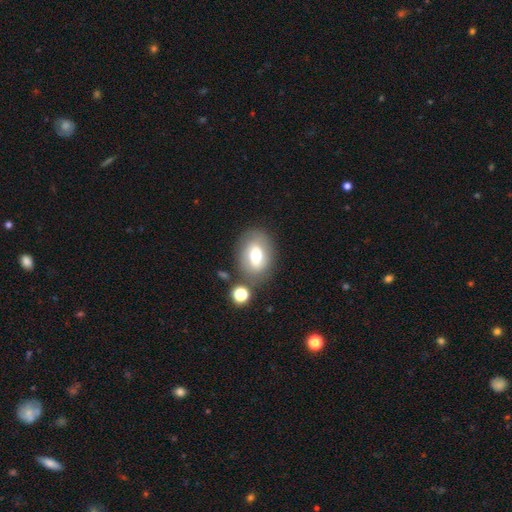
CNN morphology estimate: A smooth galaxy with no disk features (63%) that is in between round and cigar-shaped (73%). Merging: none (73%).